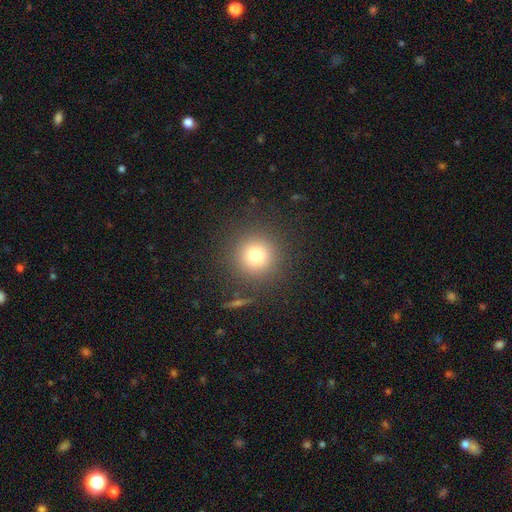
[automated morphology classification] Smooth or featured?
  - smooth: 75% *
  - star or artifact: 16%
  - featured or disk: 10%
How rounded?
  - round: 95% *
  - in between: 4%
  - cigar-shaped: 1%
Merging?
  - none: 88% *
  - minor disturbance: 6%
  - major disturbance: 3%
  - merger: 2%